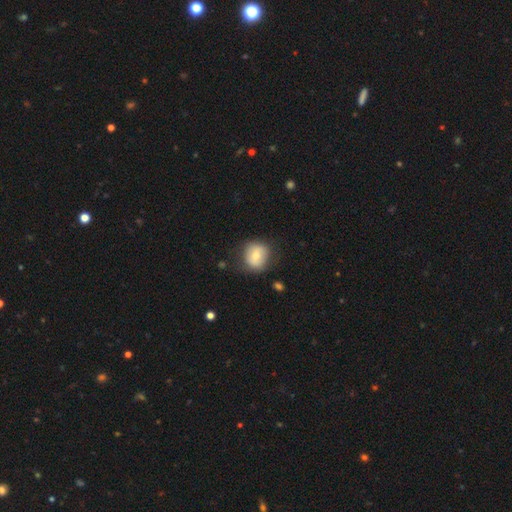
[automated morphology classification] A smooth galaxy with no disk features (66%) that is round (80%). Merging: none (76%).